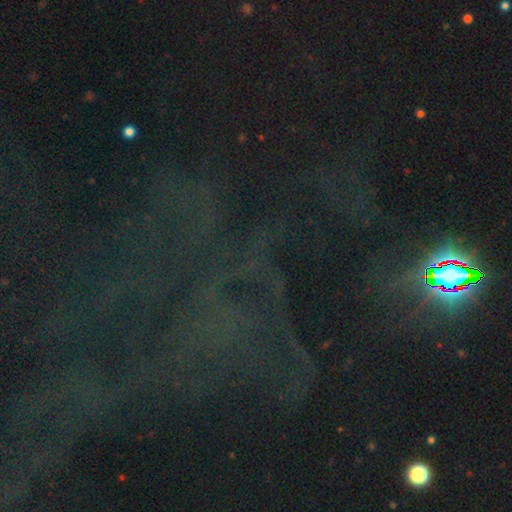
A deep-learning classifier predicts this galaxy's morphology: Smooth or featured? star or artifact (78%)